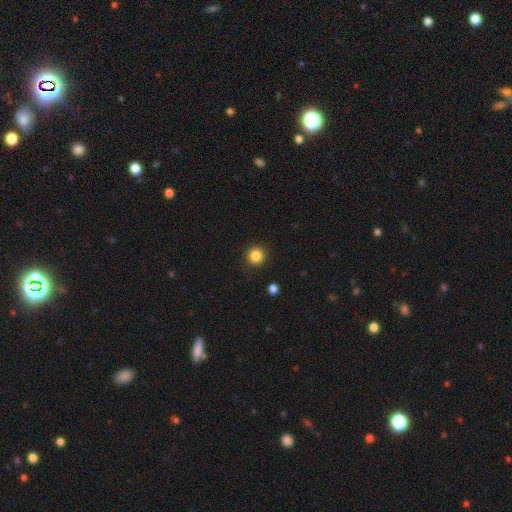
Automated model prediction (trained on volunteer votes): Smooth or featured? smooth (85%)
How rounded? round (93%)
Merging? none (91%)